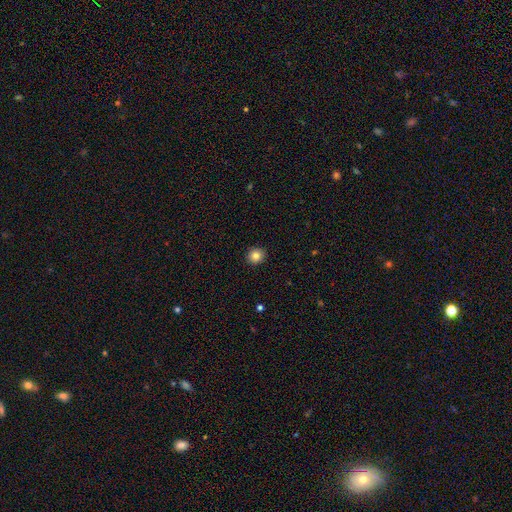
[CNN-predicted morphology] Smooth or featured? Predicted: smooth (p=0.84). How rounded? Predicted: round (p=0.86). Merging? Predicted: none (p=0.92).